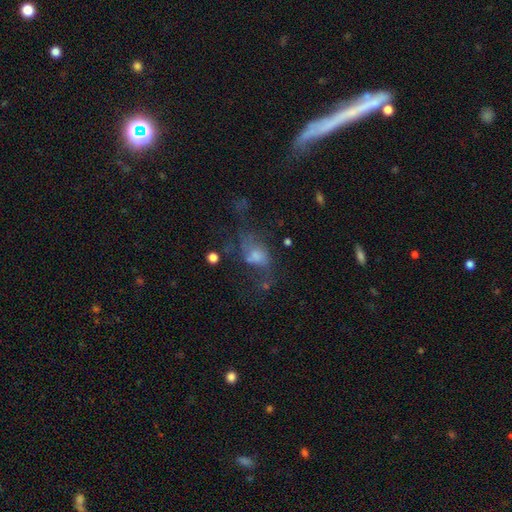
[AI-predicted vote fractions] Smooth or featured? Predicted: featured or disk (p=0.41). Merging? Predicted: none (p=0.38).